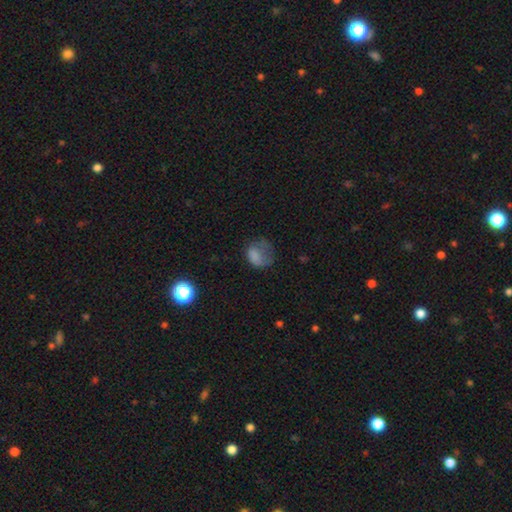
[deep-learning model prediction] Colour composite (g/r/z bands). It shows a smooth galaxy with no disk features (70%) that is round (50%). Merging: major disturbance (41%).